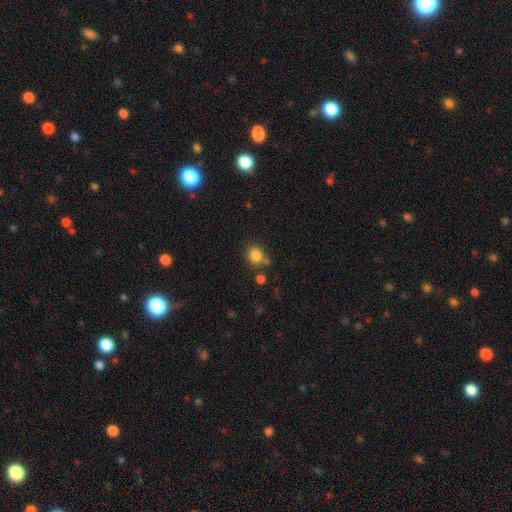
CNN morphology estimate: smooth_or_featured: smooth (p=0.83) [alt: star or artifact p=0.11]
how_rounded: round (p=0.74) [alt: in between p=0.26]
merging: none (p=0.69) [alt: minor disturbance p=0.14]